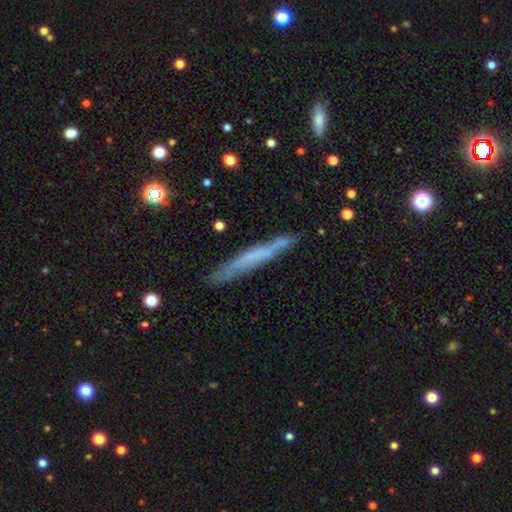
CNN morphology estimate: A featured or disk galaxy (48%). Merging: none (81%).